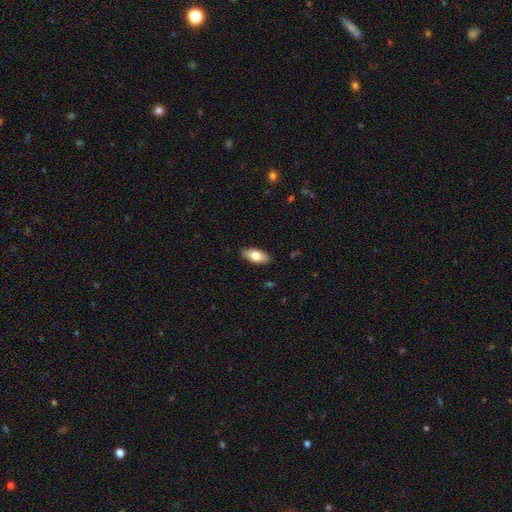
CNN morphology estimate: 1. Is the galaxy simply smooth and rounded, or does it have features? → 76% smooth, 18% featured or disk, 6% star or artifact.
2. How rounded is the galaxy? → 88% in between, 9% cigar-shaped, 3% round.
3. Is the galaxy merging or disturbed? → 88% none, 9% minor disturbance, 2% major disturbance, 1% merger.